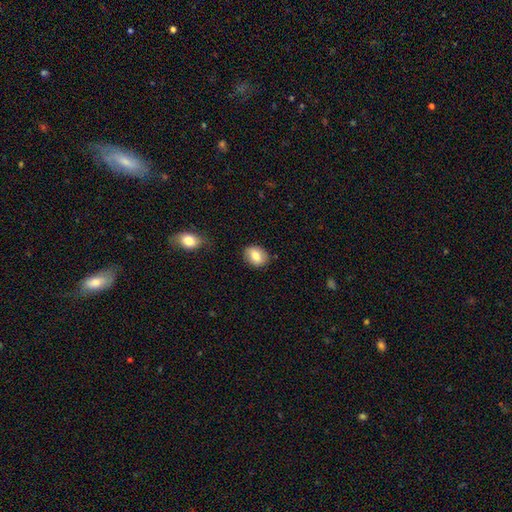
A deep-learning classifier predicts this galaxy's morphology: Smooth or featured: smooth — 79% (featured or disk — 13%)
How rounded: in between — 58% (round — 41%)
Merging: none — 82% (minor disturbance — 13%)